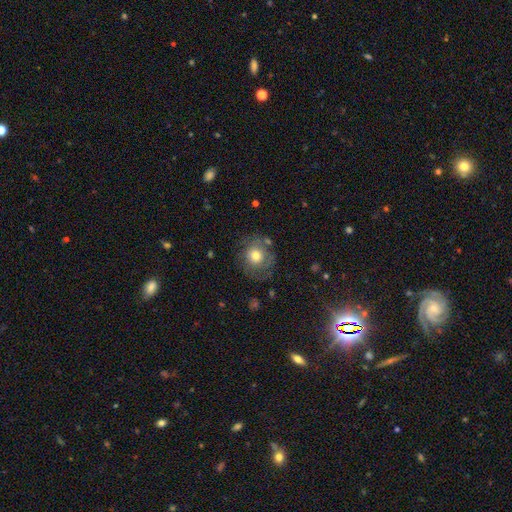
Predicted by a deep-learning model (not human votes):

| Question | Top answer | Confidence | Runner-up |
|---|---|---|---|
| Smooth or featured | smooth | 56% | featured or disk (33%) |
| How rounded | round | 85% | in between (14%) |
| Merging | none | 68% | minor disturbance (18%) |